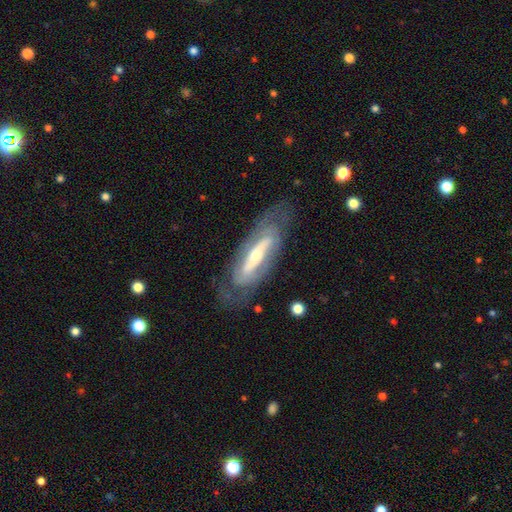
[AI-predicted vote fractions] A featured or disk galaxy (78%) with a strong bar (52%), spiral arms (69%) and a moderate central bulge (48%).

Vote fractions:
- Smooth or featured? featured or disk: 78% / smooth: 16% / star or artifact: 5%
- Edge-on disk? no: 78% / yes: 22%
- Bar? strong: 52% / no: 26% / weak: 22%
- Spiral arms? yes: 69% / no: 31%
- Bulge size? moderate: 48% / small: 43% / large: 6% / dominant: 2% / none: 1%
- Merging? none: 73% / minor disturbance: 16% / major disturbance: 10% / merger: 1%